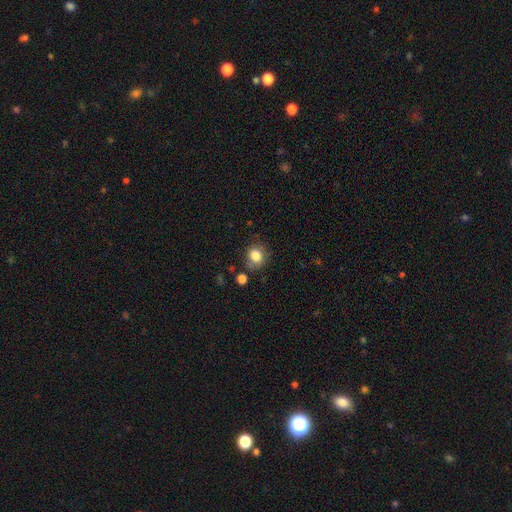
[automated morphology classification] Smooth or featured?
  - smooth: 83% *
  - star or artifact: 10%
  - featured or disk: 7%
How rounded?
  - round: 70% *
  - in between: 29%
  - cigar-shaped: 1%
Merging?
  - none: 74% *
  - minor disturbance: 16%
  - merger: 5%
  - major disturbance: 5%